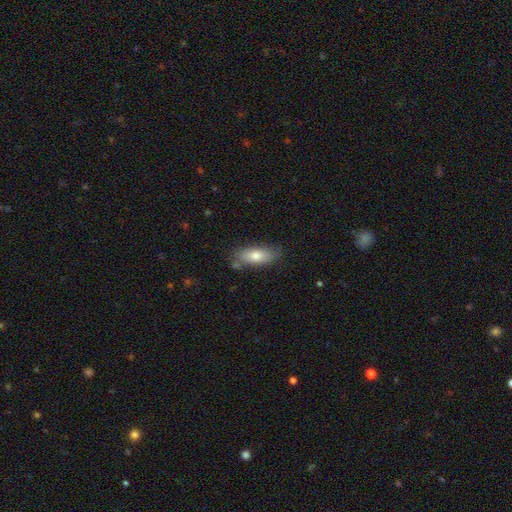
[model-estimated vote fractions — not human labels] Smooth or featured? Predicted: smooth (p=0.73). How rounded? Predicted: in between (p=0.72). Merging? Predicted: none (p=0.77).